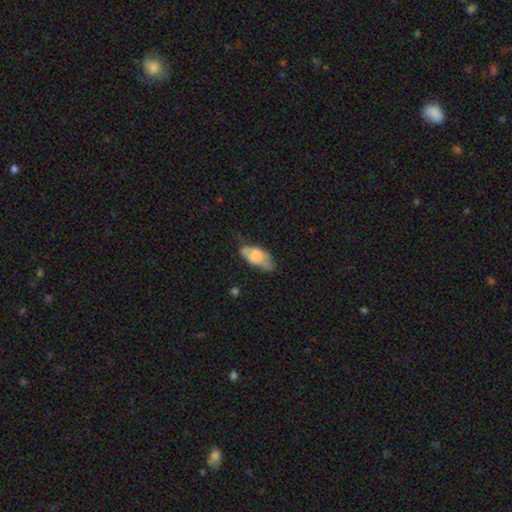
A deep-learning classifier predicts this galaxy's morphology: smooth-or-featured: smooth: 64% | featured or disk: 28% | star or artifact: 8%
  how-rounded: in between: 87% | cigar-shaped: 10% | round: 3%
  merging: none: 41% | minor disturbance: 36% | major disturbance: 18% | merger: 6%